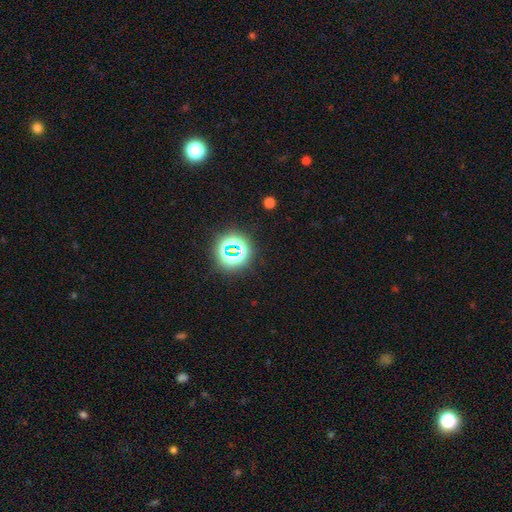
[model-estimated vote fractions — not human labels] Morphology: type=star or artifact (70%).